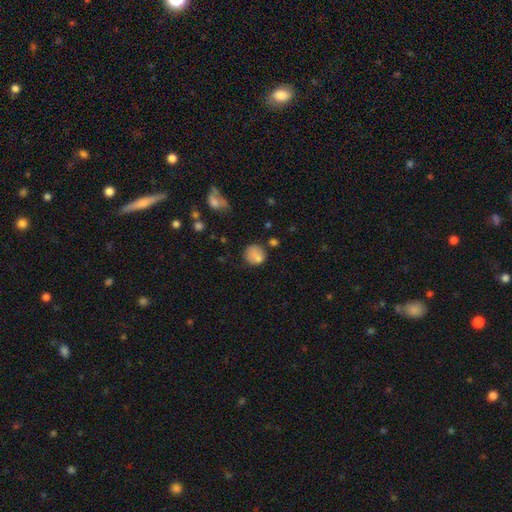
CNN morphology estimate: The model was most divided on "merging": none: 60%, minor disturbance: 24%, major disturbance: 9%, merger: 7%. More confident: how rounded — round (81%); smooth or featured — smooth (78%).